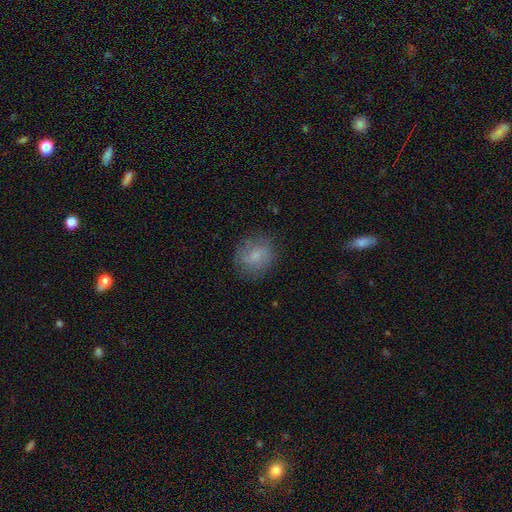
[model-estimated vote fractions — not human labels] This appears to be a smooth galaxy with no disk features (60%) that is round (78%). Merging: none (79%).